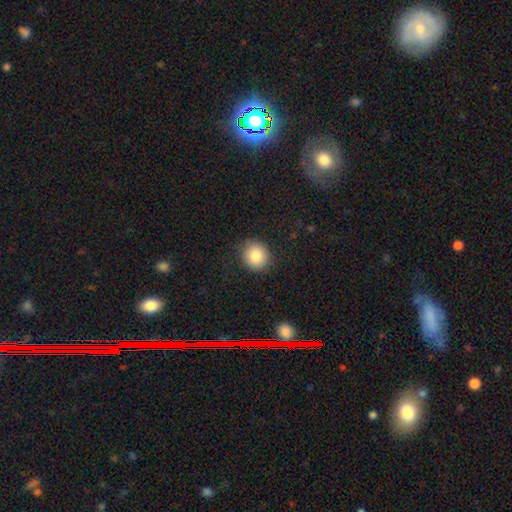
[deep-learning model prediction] This appears to be a smooth galaxy with no disk features (85%) that is round (85%). Merging: none (87%).